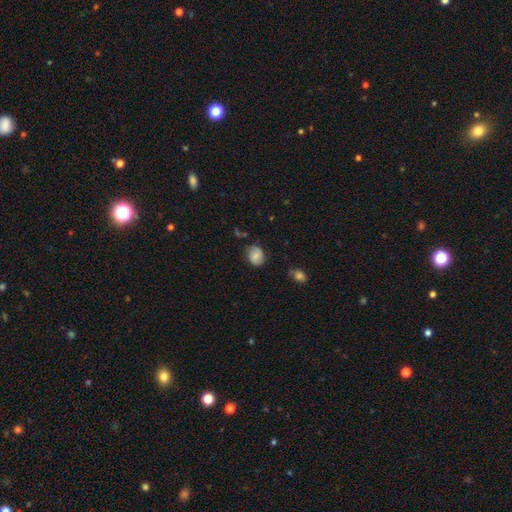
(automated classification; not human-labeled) Smooth or featured?
  - smooth: 68% *
  - featured or disk: 23%
  - star or artifact: 9%
How rounded?
  - round: 52% *
  - in between: 47%
  - cigar-shaped: 1%
Merging?
  - none: 70% *
  - minor disturbance: 23%
  - major disturbance: 5%
  - merger: 2%